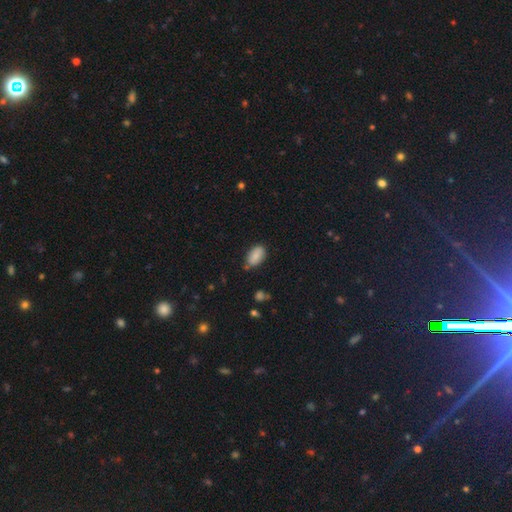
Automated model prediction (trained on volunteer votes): Morphology: type=smooth (84%); roundness=in between (93%); merging=none (71%).